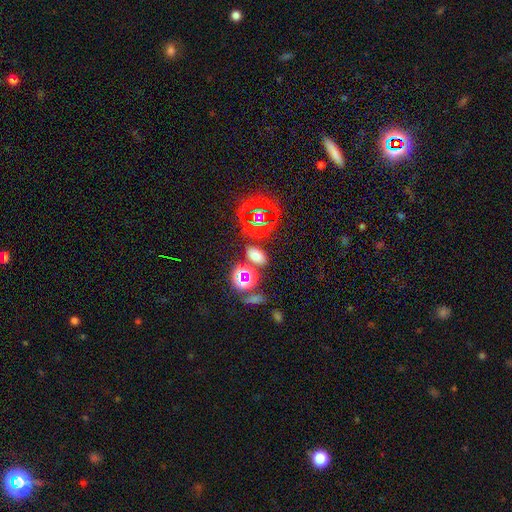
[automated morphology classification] smooth 56%, star or artifact 36%, featured or disk 8%. Down the decision tree: how rounded — in between (84%); merging — none (77%).